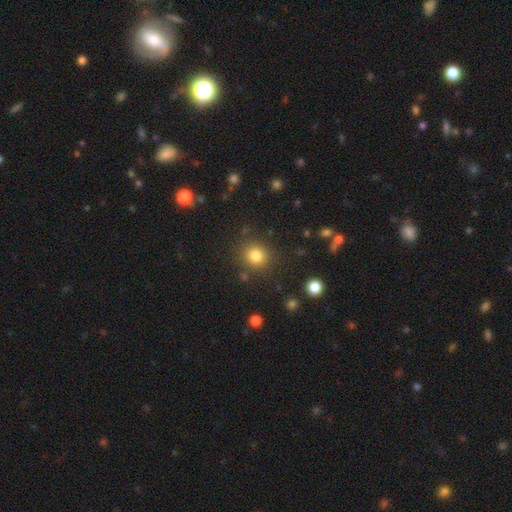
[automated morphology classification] The model was most divided on "smooth or featured": smooth: 82%, star or artifact: 12%, featured or disk: 6%. More confident: how rounded — round (85%); merging — none (85%).